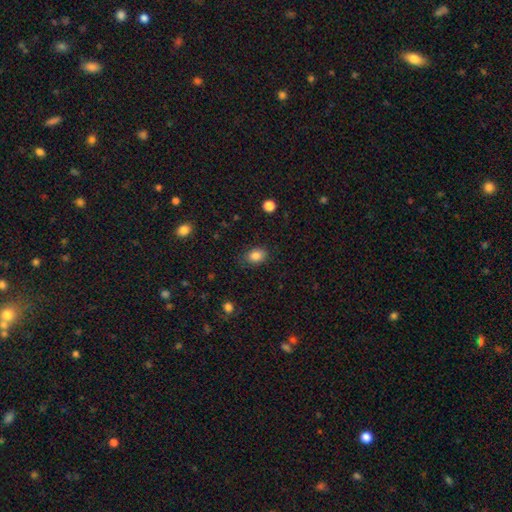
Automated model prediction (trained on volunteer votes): Smooth or featured: smooth — 85% (star or artifact — 9%)
How rounded: in between — 73% (round — 26%)
Merging: none — 79% (minor disturbance — 16%)